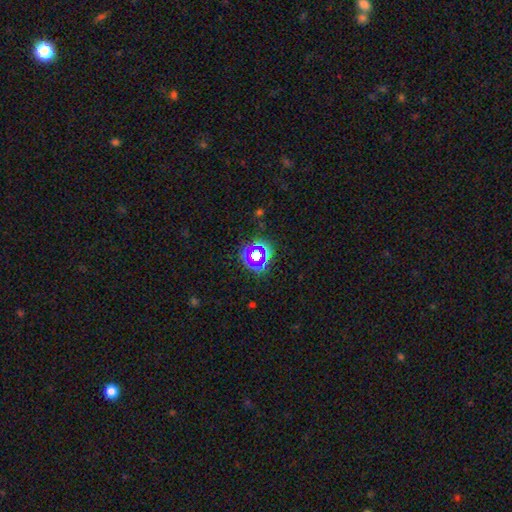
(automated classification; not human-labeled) Overall: star or artifact (61%; smooth 27%).